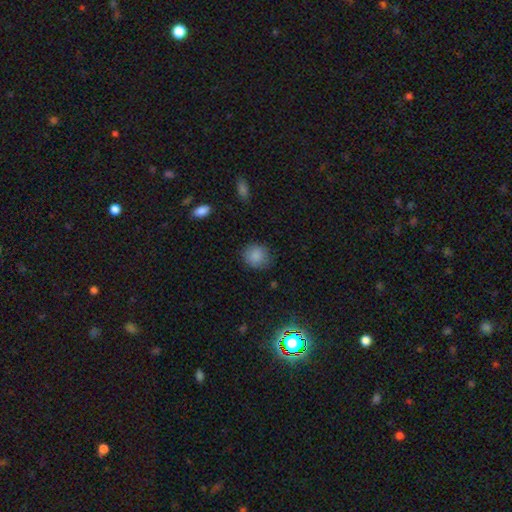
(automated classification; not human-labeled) Smooth or featured?
  - smooth: 86% *
  - star or artifact: 10%
  - featured or disk: 4%
How rounded?
  - round: 80% *
  - in between: 19%
  - cigar-shaped: 1%
Merging?
  - none: 81% *
  - minor disturbance: 14%
  - major disturbance: 4%
  - merger: 1%